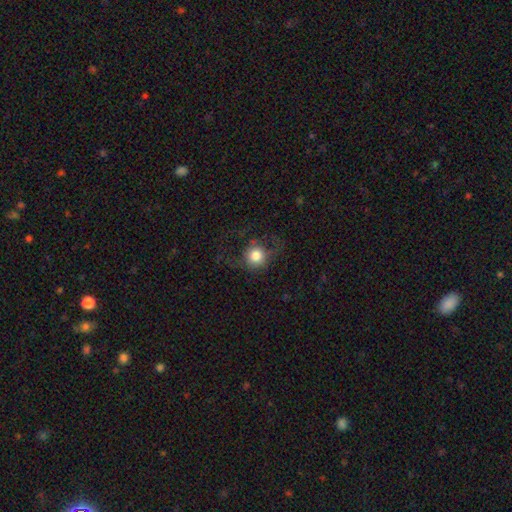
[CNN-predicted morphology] smooth-or-featured: smooth: 74% | featured or disk: 16% | star or artifact: 10%
  how-rounded: round: 90% | in between: 9% | cigar-shaped: 1%
  merging: none: 58% | major disturbance: 22% | minor disturbance: 18% | merger: 2%